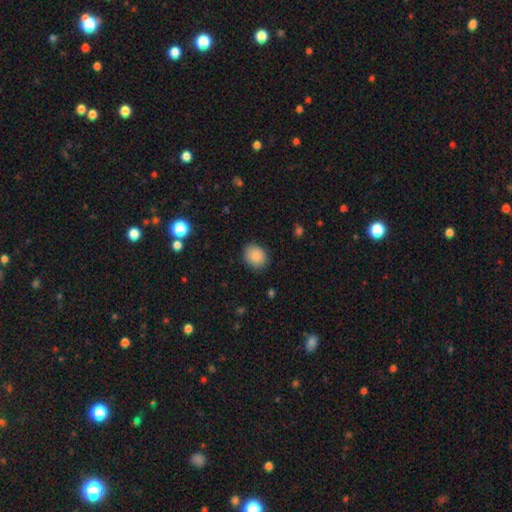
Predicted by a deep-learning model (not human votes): Smooth or featured? smooth (86%)
How rounded? round (60%)
Merging? none (85%)